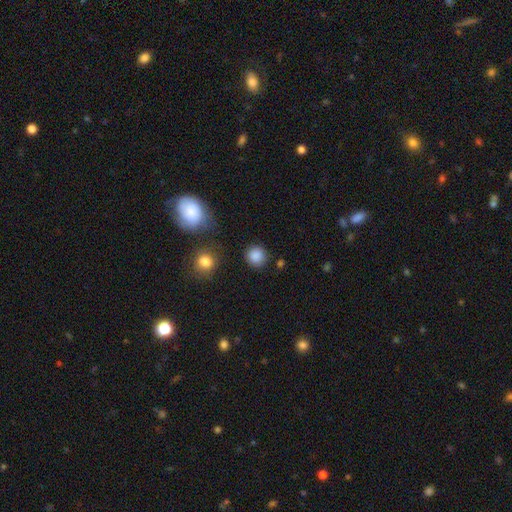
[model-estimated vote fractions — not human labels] A smooth galaxy with no disk features (86%) that is round (92%). Merging: none (87%).